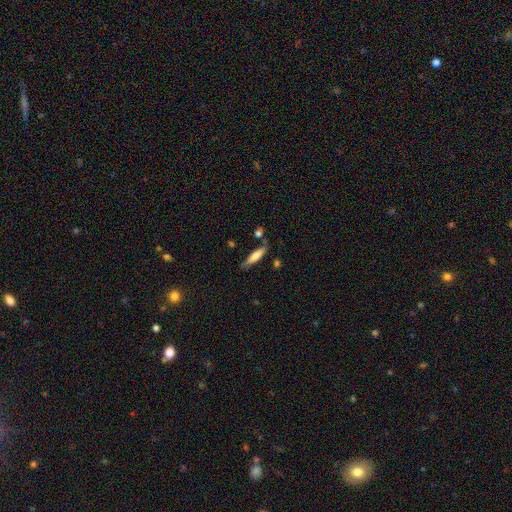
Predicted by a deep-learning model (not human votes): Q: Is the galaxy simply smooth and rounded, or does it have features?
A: smooth — 64%.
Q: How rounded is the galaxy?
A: cigar-shaped — 79%.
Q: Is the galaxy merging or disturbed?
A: none — 75%.